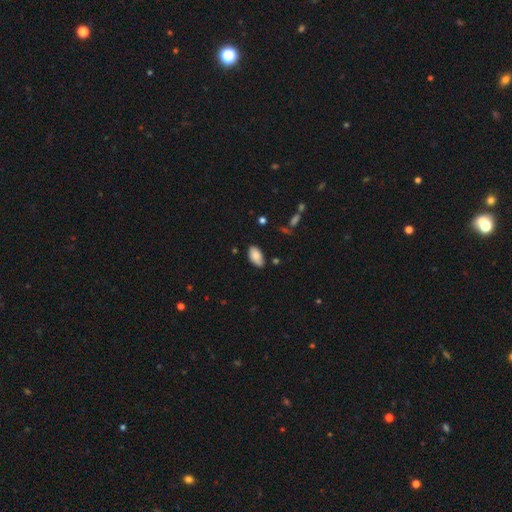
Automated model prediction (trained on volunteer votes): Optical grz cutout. It shows a smooth galaxy with no disk features (84%) that is in between round and cigar-shaped (95%). Merging: none (78%).